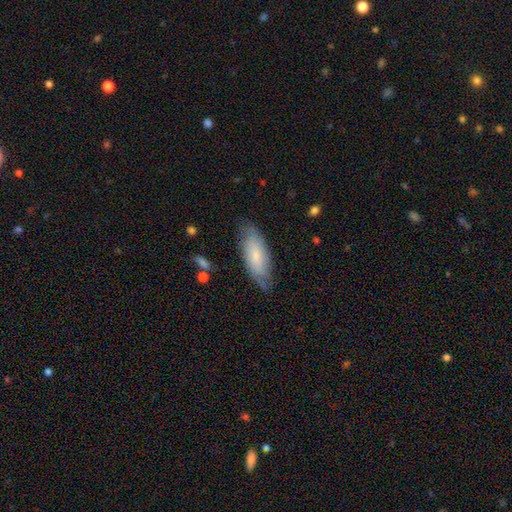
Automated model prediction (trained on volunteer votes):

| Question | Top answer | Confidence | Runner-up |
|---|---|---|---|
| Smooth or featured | smooth | 64% | featured or disk (30%) |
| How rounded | in between | 71% | cigar-shaped (27%) |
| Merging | none | 73% | minor disturbance (20%) |